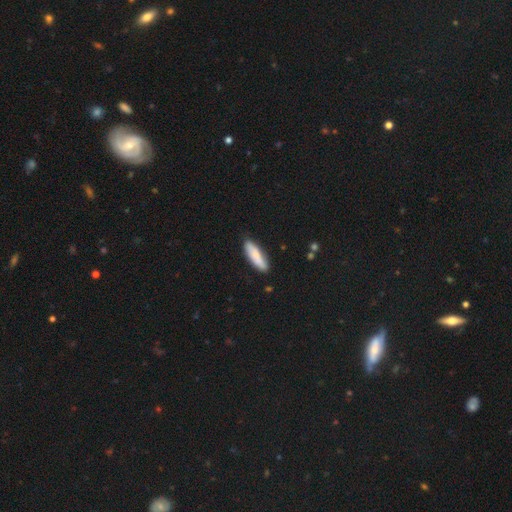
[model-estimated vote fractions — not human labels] A smooth galaxy with no disk features (79%) that is cigar-shaped (56%). Merging: none (83%).